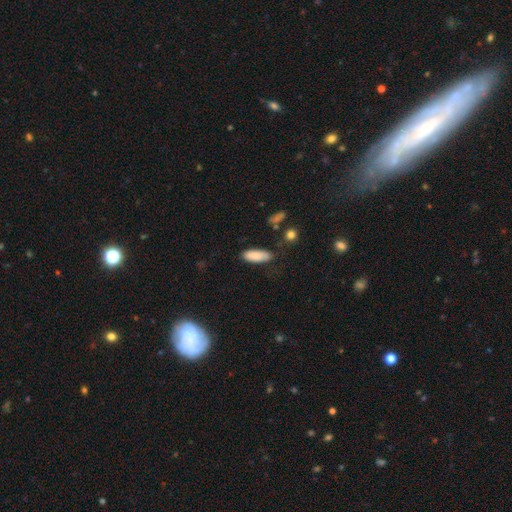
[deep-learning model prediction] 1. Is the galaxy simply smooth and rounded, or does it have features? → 86% smooth, 8% featured or disk, 7% star or artifact.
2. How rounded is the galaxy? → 72% in between, 27% cigar-shaped, 2% round.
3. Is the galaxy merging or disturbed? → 75% none, 18% minor disturbance, 4% major disturbance, 3% merger.